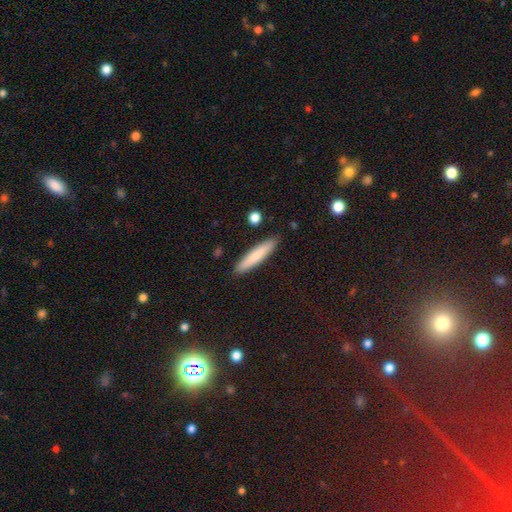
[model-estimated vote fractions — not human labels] Smooth or featured? smooth (79%)
How rounded? cigar-shaped (89%)
Merging? none (89%)